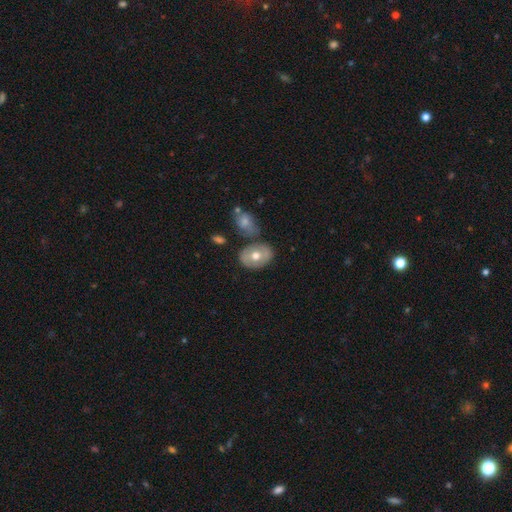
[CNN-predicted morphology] smooth-or-featured: smooth: 54% | featured or disk: 40% | star or artifact: 6%
  how-rounded: in between: 70% | round: 28% | cigar-shaped: 1%
  merging: none: 66% | minor disturbance: 15% | merger: 14% | major disturbance: 5%